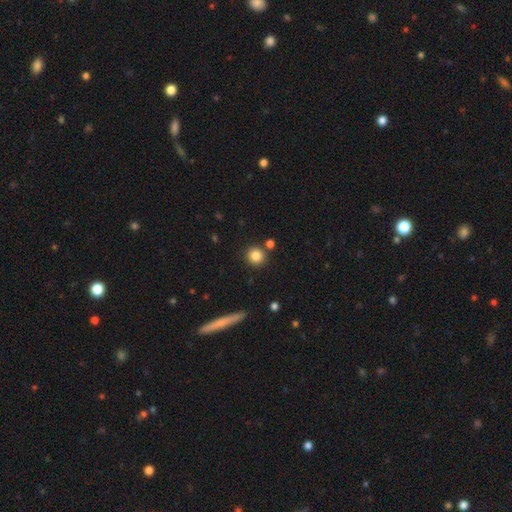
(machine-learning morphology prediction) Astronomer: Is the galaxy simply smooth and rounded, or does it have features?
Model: smooth — 84%.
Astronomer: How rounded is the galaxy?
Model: round — 92%.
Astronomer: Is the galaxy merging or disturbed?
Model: none — 83%.